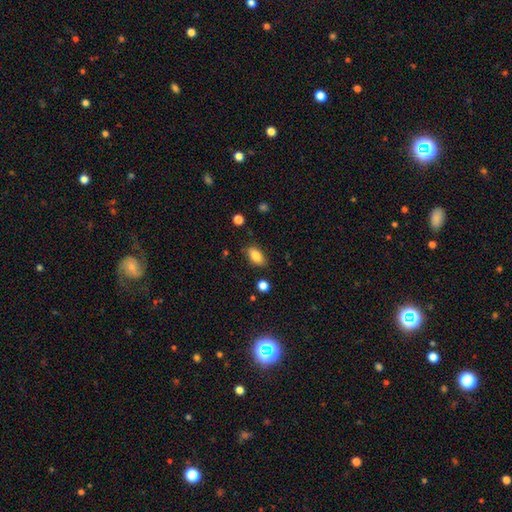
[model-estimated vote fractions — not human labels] The model was most divided on "merging": none: 81%, minor disturbance: 14%, major disturbance: 3%, merger: 2%. More confident: how rounded — in between (88%); smooth or featured — smooth (83%).